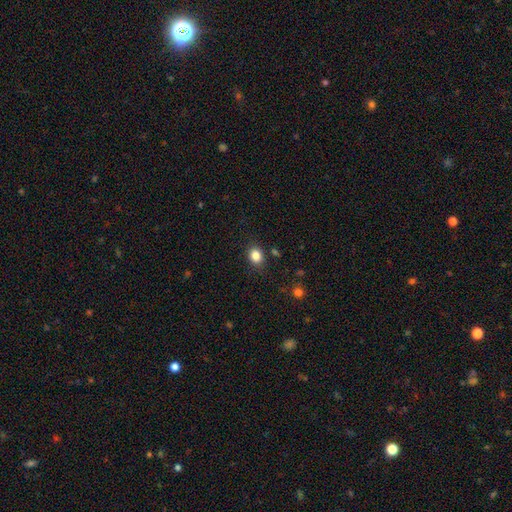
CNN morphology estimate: smooth-or-featured: smooth: 84% | star or artifact: 11% | featured or disk: 5%
  how-rounded: round: 51% | in between: 48% | cigar-shaped: 1%
  merging: none: 85% | minor disturbance: 11% | major disturbance: 3% | merger: 2%